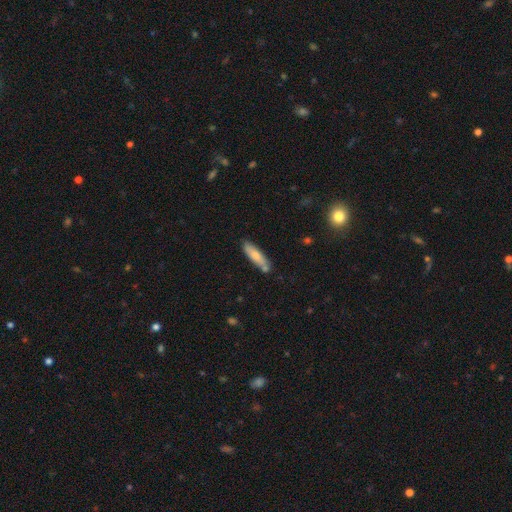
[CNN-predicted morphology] A smooth galaxy with no disk features (77%) that is cigar-shaped (69%).

Vote fractions:
- Smooth or featured? smooth: 77% / featured or disk: 18% / star or artifact: 6%
- How rounded? cigar-shaped: 69% / in between: 29% / round: 1%
- Merging? none: 72% / minor disturbance: 15% / merger: 10% / major disturbance: 3%